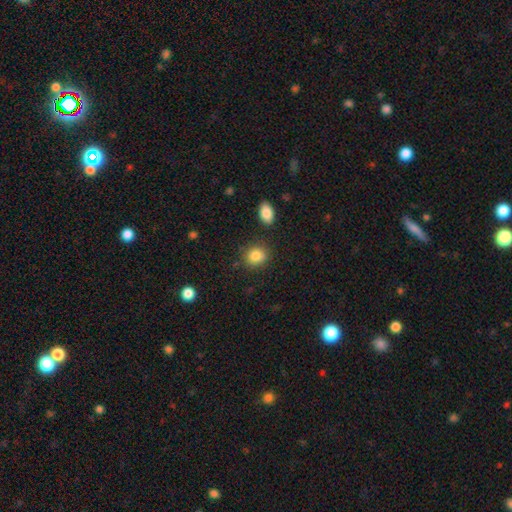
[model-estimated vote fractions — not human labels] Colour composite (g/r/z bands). It shows a smooth galaxy with no disk features (85%) that is round (71%). Merging: none (82%).